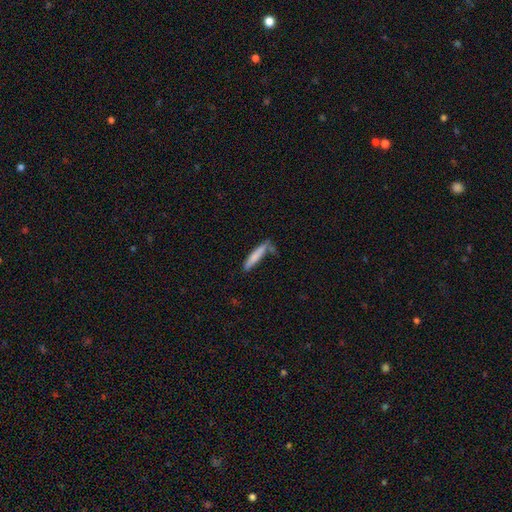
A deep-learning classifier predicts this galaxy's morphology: type=smooth (77%); roundness=cigar-shaped (90%); merging=none (63%).